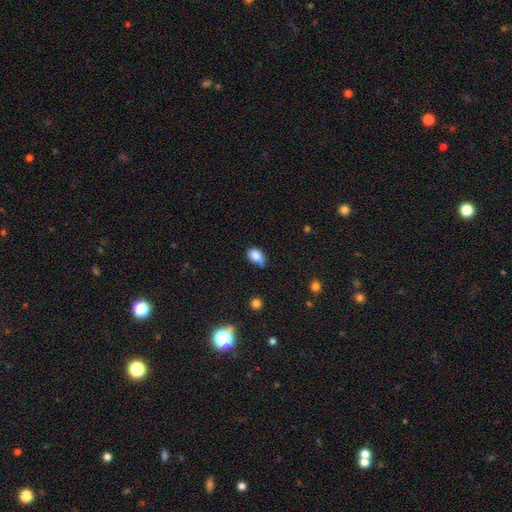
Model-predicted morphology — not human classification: smooth 83%, star or artifact 9%, featured or disk 8%. Down the decision tree: how rounded — in between (76%); merging — none (44%).